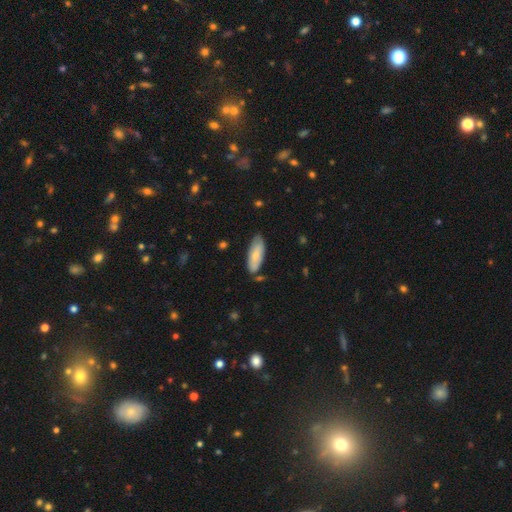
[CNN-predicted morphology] smooth_or_featured: smooth (p=0.69) [alt: featured or disk p=0.26]
how_rounded: in between (p=0.73) [alt: cigar-shaped p=0.26]
merging: none (p=0.72) [alt: minor disturbance p=0.21]